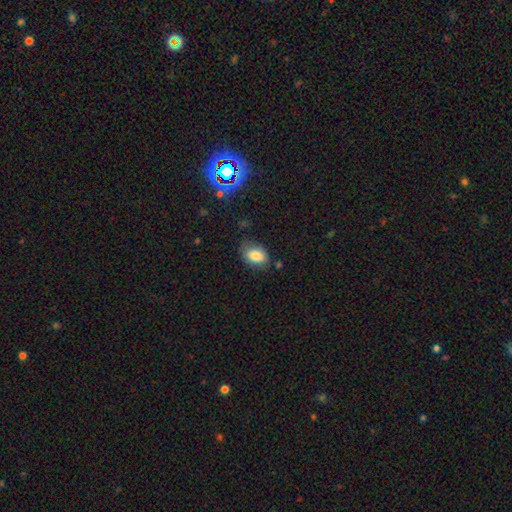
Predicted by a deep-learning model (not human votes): Morphology: type=smooth (82%); roundness=in between (84%); merging=none (68%).